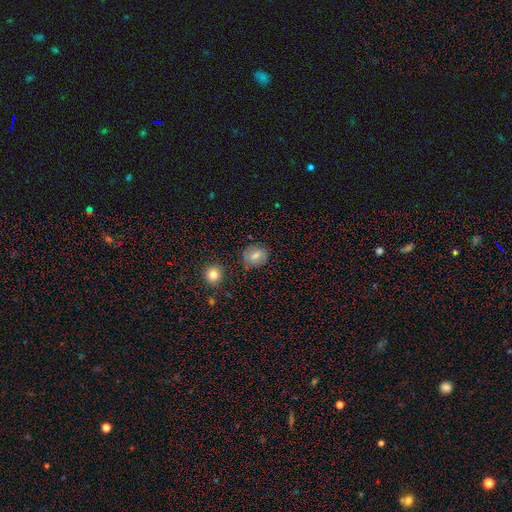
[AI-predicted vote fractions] Smooth or featured: smooth — 73% (featured or disk — 17%)
How rounded: round — 71% (in between — 28%)
Merging: none — 78% (minor disturbance — 15%)